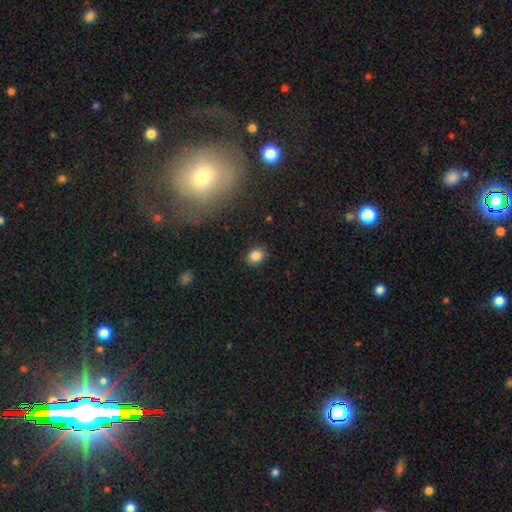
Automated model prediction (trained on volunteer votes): Overall: smooth (85%). How rounded: round (57%; in between 42%). Merging: none (87%).